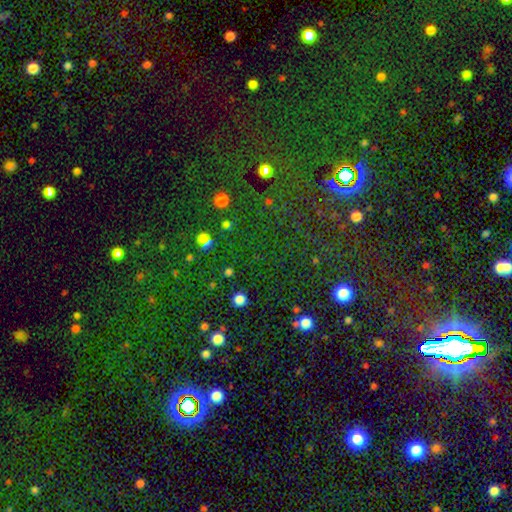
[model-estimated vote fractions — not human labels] Morphology: type=star or artifact (77%).